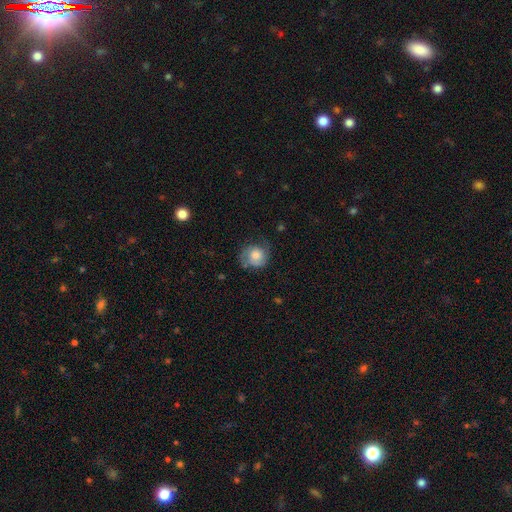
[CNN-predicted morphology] smooth-or-featured: smooth: 46% (tied) | featured or disk: 46% (tied) | star or artifact: 8%
  merging: none: 60% | minor disturbance: 26% | major disturbance: 12% | merger: 2%